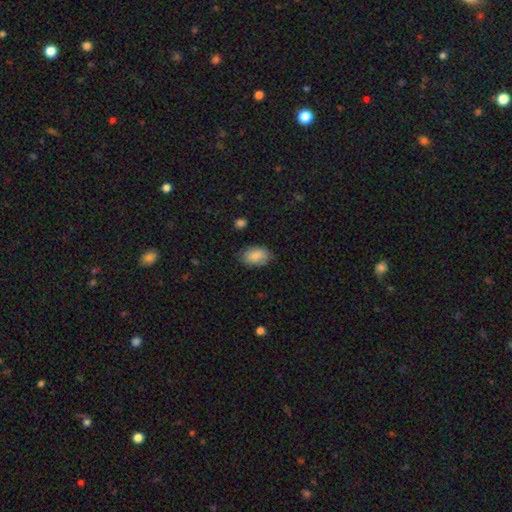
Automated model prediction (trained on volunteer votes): Overall: smooth (87%). How rounded: in between (89%). Merging: none (82%).